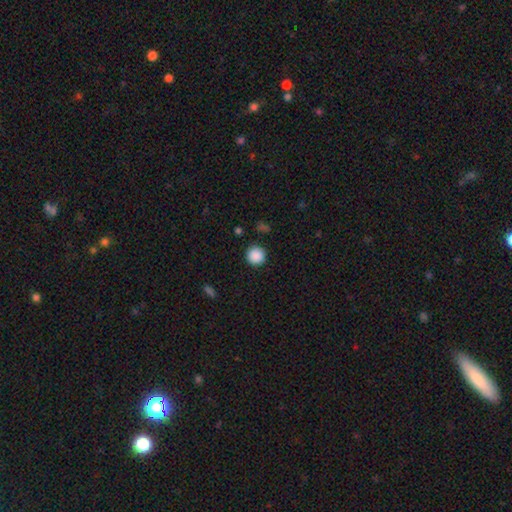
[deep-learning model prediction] smooth-or-featured: smooth: 88% | star or artifact: 9% | featured or disk: 2%
  how-rounded: round: 95% | in between: 4% | cigar-shaped: 1%
  merging: none: 90% | minor disturbance: 6% | major disturbance: 2% | merger: 2%